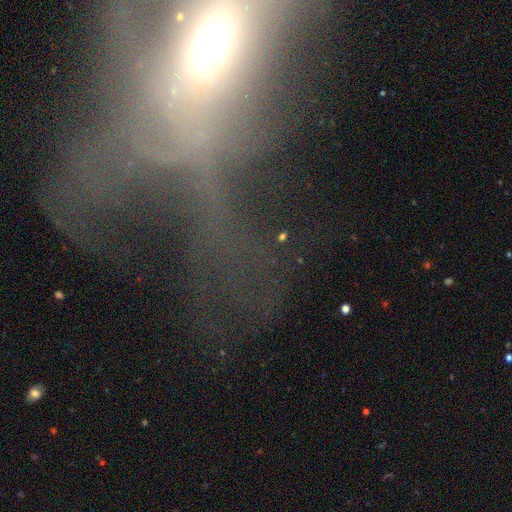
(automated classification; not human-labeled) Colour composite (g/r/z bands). It shows a featured or disk galaxy (48%). Merging: major disturbance (55%).